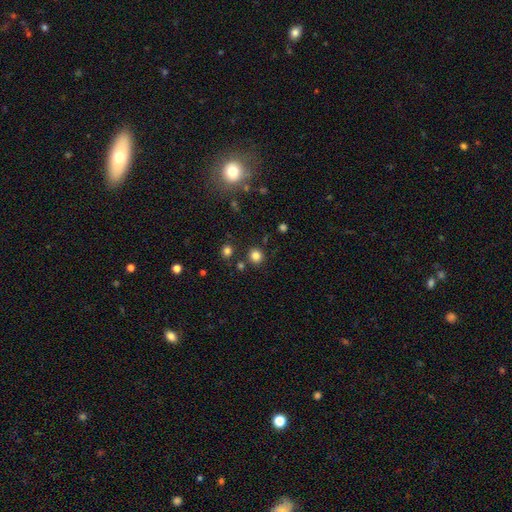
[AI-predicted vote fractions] Smooth or featured? smooth (81%)
How rounded? round (90%)
Merging? none (85%)